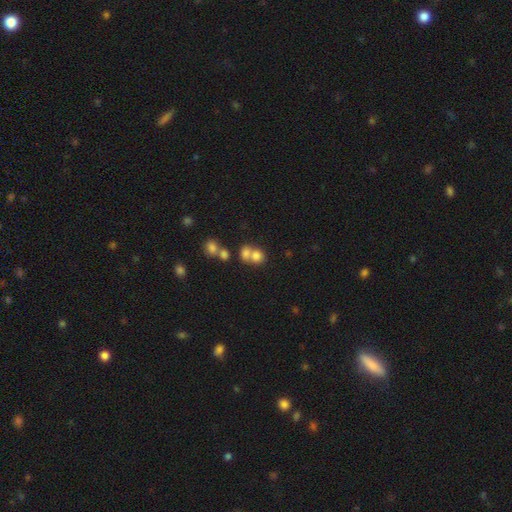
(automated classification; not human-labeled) Morphology: type=smooth (72%); roundness=round (73%); merging=merger (57%).